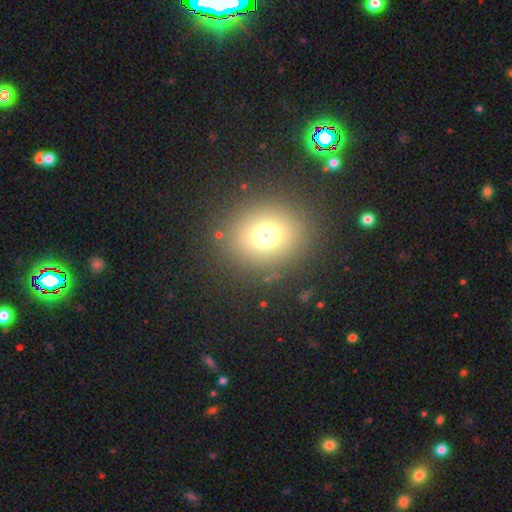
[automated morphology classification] This appears to be a smooth galaxy with no disk features (63%) that is round (75%). Merging: none (88%).